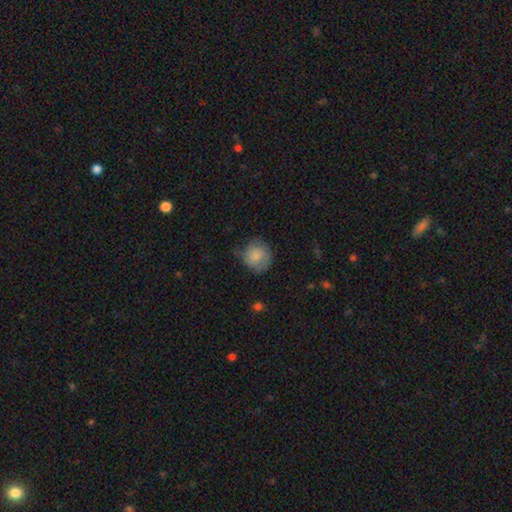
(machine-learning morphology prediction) Smooth or featured?
  - smooth: 77% *
  - featured or disk: 16%
  - star or artifact: 7%
How rounded?
  - round: 85% *
  - in between: 14%
  - cigar-shaped: 1%
Merging?
  - none: 58% *
  - minor disturbance: 31%
  - major disturbance: 10%
  - merger: 2%